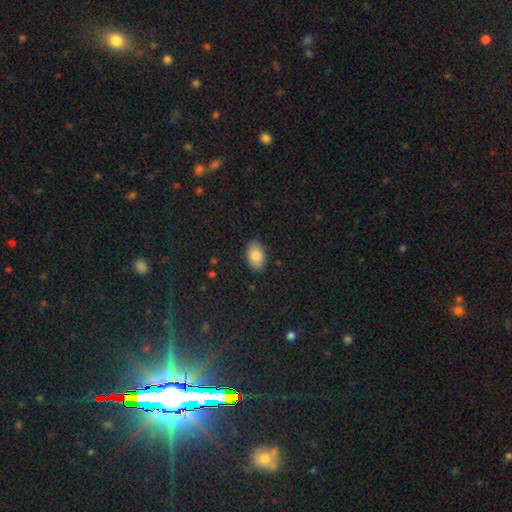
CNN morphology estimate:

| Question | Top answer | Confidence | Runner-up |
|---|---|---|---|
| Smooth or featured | smooth | 85% | featured or disk (8%) |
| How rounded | in between | 92% | round (7%) |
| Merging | none | 87% | minor disturbance (9%) |